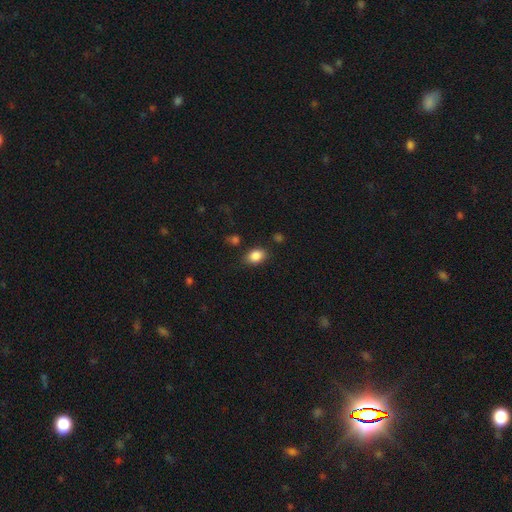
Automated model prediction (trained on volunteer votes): Smooth or featured: smooth — 86% (star or artifact — 9%)
How rounded: in between — 77% (round — 22%)
Merging: none — 79% (minor disturbance — 14%)